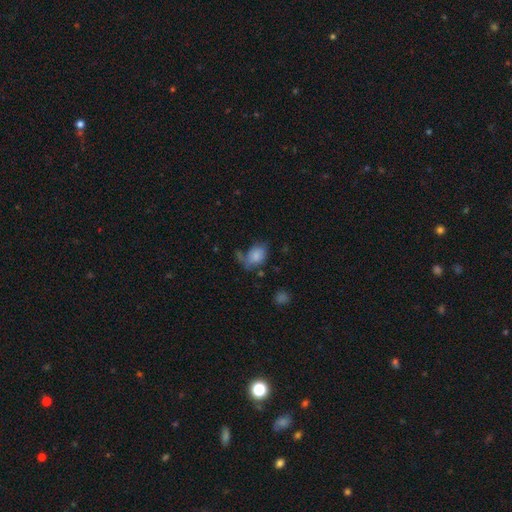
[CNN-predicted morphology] smooth_or_featured: smooth (p=0.75) [alt: featured or disk p=0.16]
how_rounded: in between (p=0.74) [alt: round p=0.25]
merging: none (p=0.38) [alt: minor disturbance p=0.27]